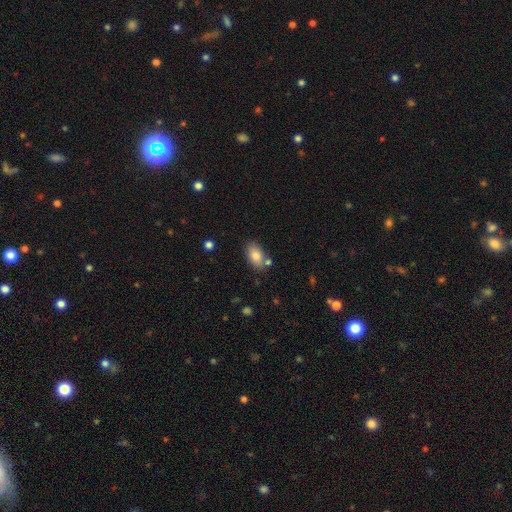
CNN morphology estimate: Q: Smooth or featured?
A: smooth (82%); runner-up: featured or disk (10%)
Q: How rounded?
A: in between (91%); runner-up: round (7%)
Q: Merging?
A: none (74%); runner-up: minor disturbance (13%)